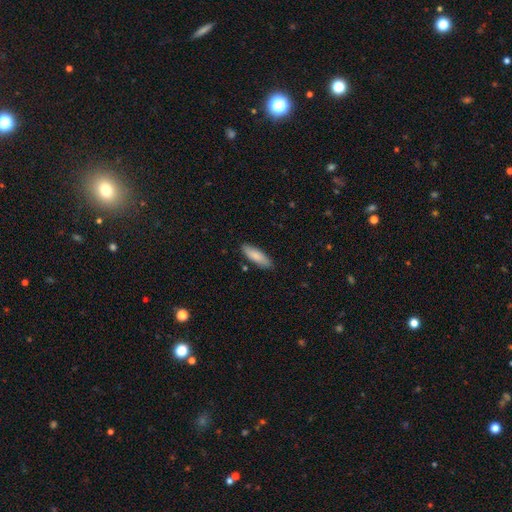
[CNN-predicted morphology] Q: Smooth or featured?
A: smooth (84%); runner-up: featured or disk (10%)
Q: How rounded?
A: in between (51%); runner-up: cigar-shaped (48%)
Q: Merging?
A: none (86%); runner-up: minor disturbance (11%)